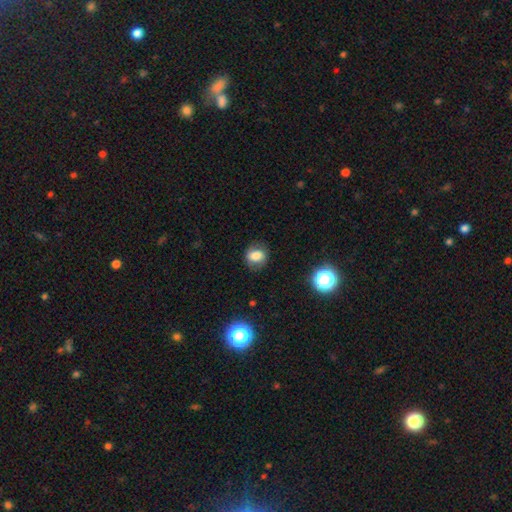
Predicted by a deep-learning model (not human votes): smooth_or_featured: smooth (p=0.71) [alt: featured or disk p=0.17]
how_rounded: round (p=0.57) [alt: in between p=0.42]
merging: none (p=0.77) [alt: minor disturbance p=0.16]